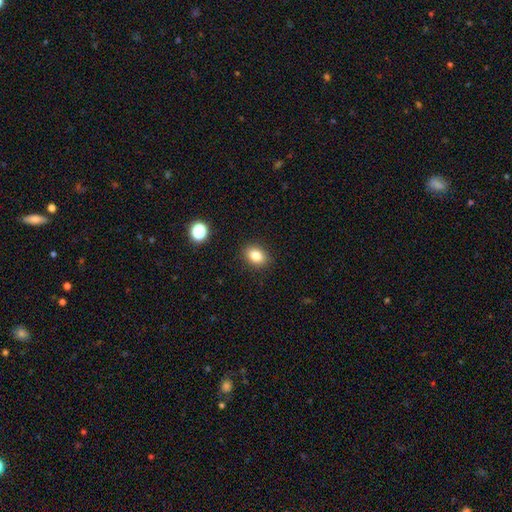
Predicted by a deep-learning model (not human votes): smooth 83%, star or artifact 10%, featured or disk 7%. Down the decision tree: how rounded — in between (70%); merging — none (89%).